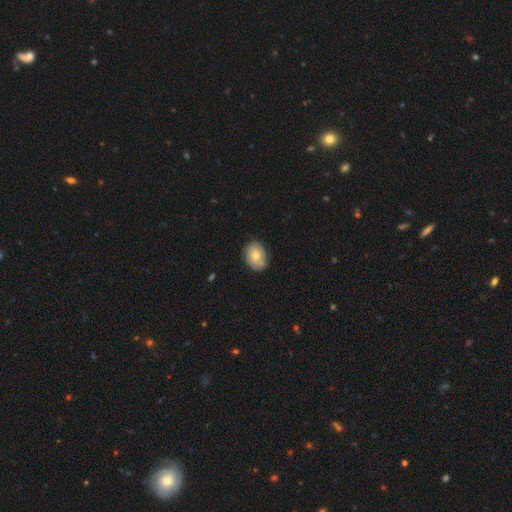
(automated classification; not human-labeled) The model was most divided on "how rounded": in between: 67%, round: 32%, cigar-shaped: 1%. More confident: merging — none (81%); smooth or featured — smooth (67%).